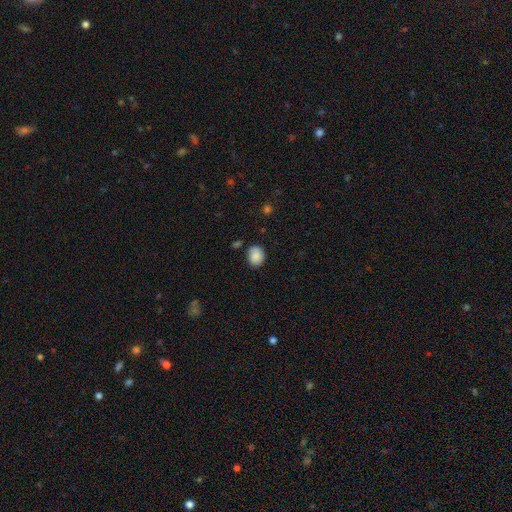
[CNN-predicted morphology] A smooth galaxy with no disk features (87%) that is in between round and cigar-shaped (50%).

Vote fractions:
- Smooth or featured? smooth: 87% / star or artifact: 8% / featured or disk: 5%
- How rounded? in between: 50% / round: 49% / cigar-shaped: 1%
- Merging? none: 79% / minor disturbance: 15% / merger: 3% / major disturbance: 3%